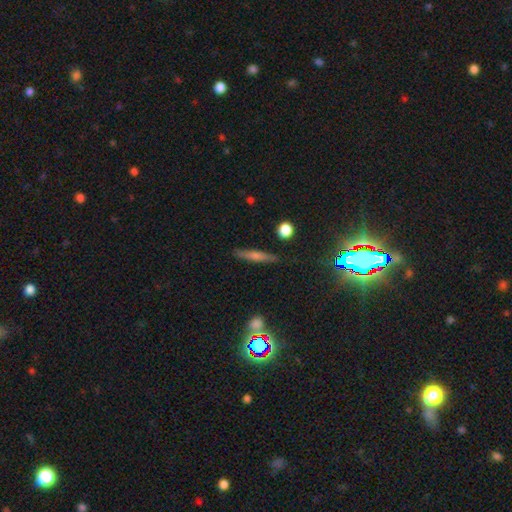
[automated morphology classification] Smooth or featured: smooth — 46% (featured or disk — 39%)
Merging: none — 87% (minor disturbance — 9%)